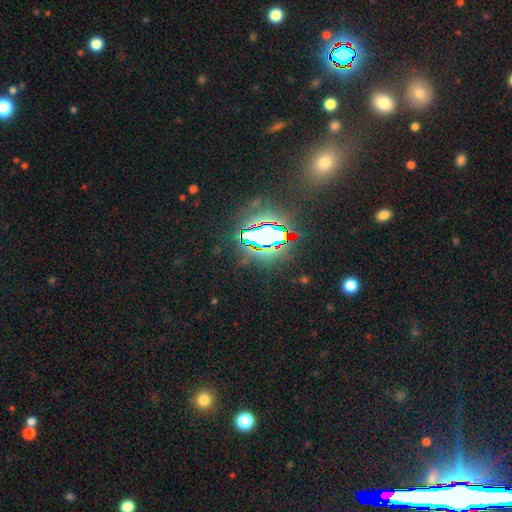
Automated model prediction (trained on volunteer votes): Smooth or featured? star or artifact (81%)